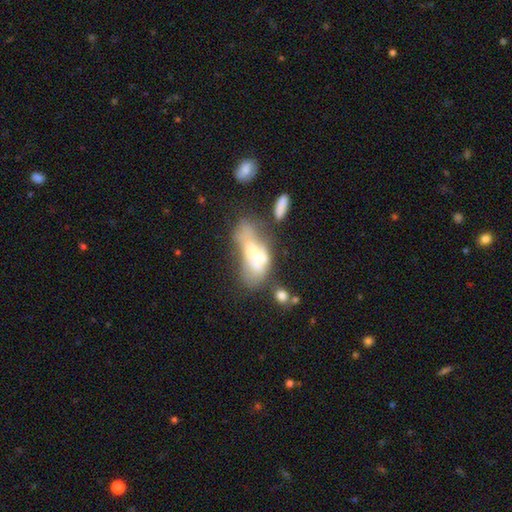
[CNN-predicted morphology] This is marginally a smooth galaxy (44%, tied with featured or disk). Merging: marginally merger (37%).